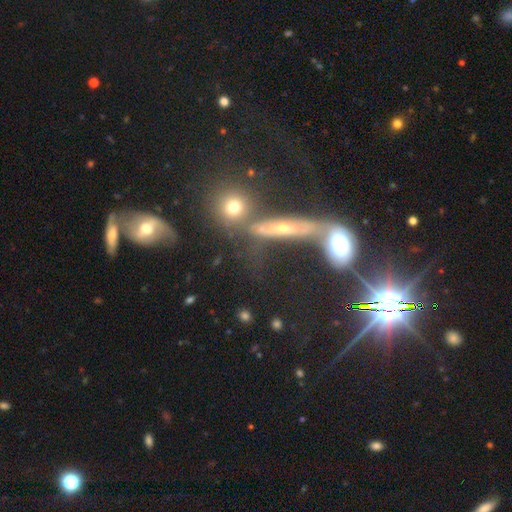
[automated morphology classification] This appears to be a featured or disk galaxy (42%). Merging: none (39%).